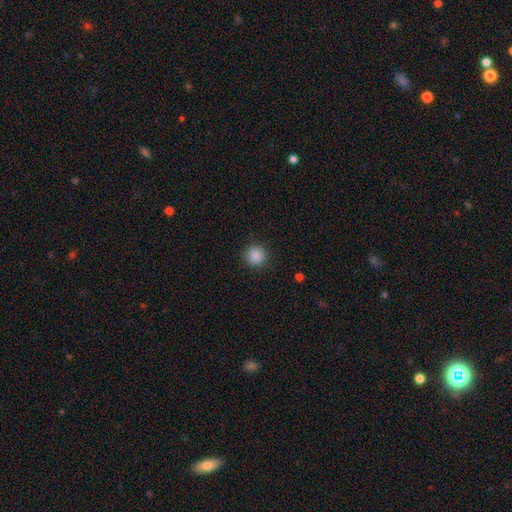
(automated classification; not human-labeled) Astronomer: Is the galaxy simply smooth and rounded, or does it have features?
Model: smooth — 87%.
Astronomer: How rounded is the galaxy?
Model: round — 94%.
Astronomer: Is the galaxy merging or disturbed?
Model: none — 90%.